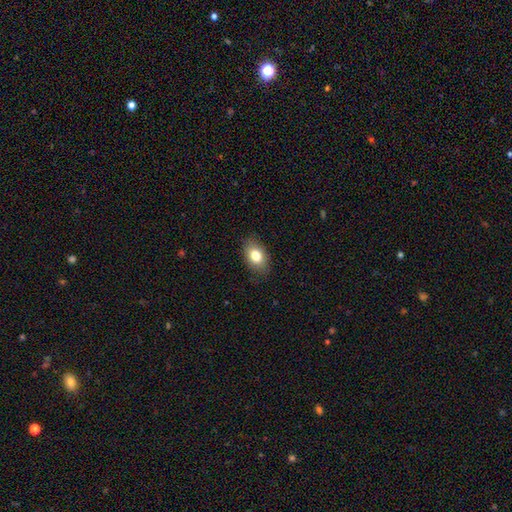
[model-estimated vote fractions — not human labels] Morphology: type=smooth (81%); roundness=in between (85%); merging=none (84%).